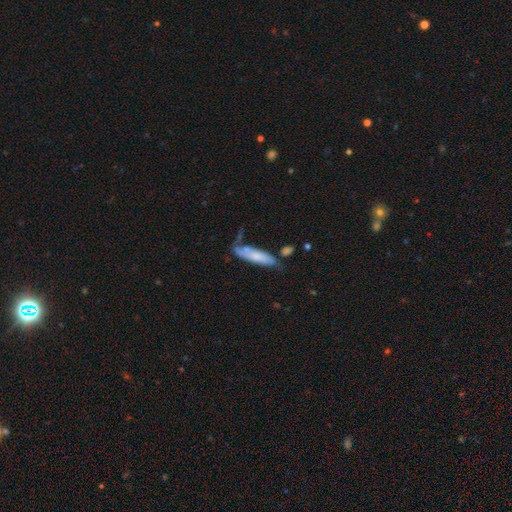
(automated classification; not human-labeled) Smooth or featured? Predicted: smooth (p=0.62). How rounded? Predicted: cigar-shaped (p=0.64). Merging? Predicted: none (p=0.45).